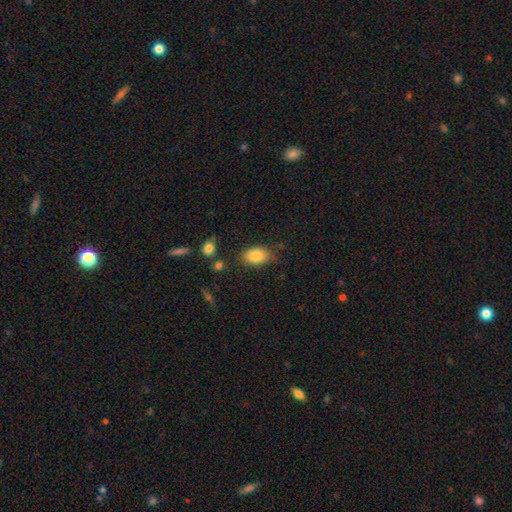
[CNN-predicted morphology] Smooth or featured?
  - smooth: 85% *
  - star or artifact: 8%
  - featured or disk: 7%
How rounded?
  - in between: 88% *
  - round: 10%
  - cigar-shaped: 2%
Merging?
  - none: 73% *
  - minor disturbance: 20%
  - major disturbance: 5%
  - merger: 3%